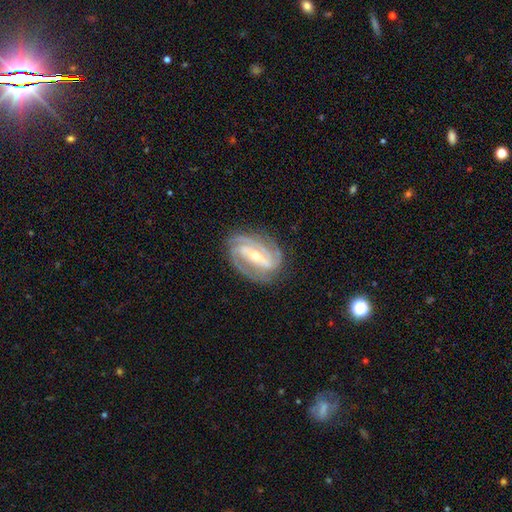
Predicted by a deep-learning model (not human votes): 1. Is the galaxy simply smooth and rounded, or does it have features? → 91% featured or disk, 5% smooth, 4% star or artifact.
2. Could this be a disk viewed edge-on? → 96% no, 4% yes.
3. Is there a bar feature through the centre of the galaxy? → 54% strong, 30% weak, 16% no.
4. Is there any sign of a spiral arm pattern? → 98% yes, 2% no.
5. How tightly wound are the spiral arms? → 59% tight, 34% medium, 6% loose.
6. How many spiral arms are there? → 47% 3, 23% 2, 13% 4, 9% can't tell, 4% more than 4, 4% 1.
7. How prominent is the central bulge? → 50% small, 47% moderate, 2% large, 1% none, 1% dominant.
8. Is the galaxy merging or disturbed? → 79% none, 14% minor disturbance, 5% major disturbance, 1% merger.